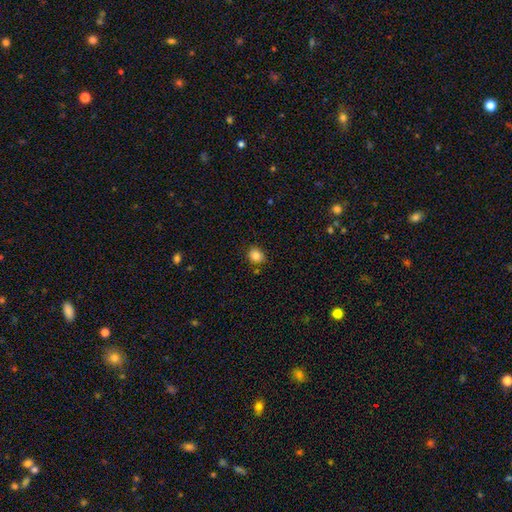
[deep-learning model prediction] Smooth or featured?
  - smooth: 86% *
  - star or artifact: 10%
  - featured or disk: 4%
How rounded?
  - round: 60% *
  - in between: 39%
  - cigar-shaped: 1%
Merging?
  - none: 78% *
  - minor disturbance: 15%
  - merger: 4%
  - major disturbance: 3%